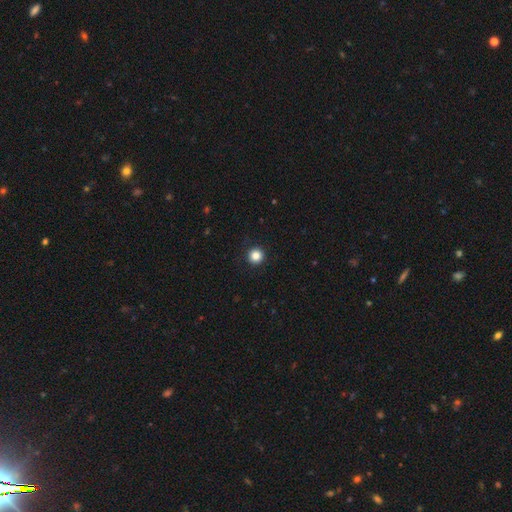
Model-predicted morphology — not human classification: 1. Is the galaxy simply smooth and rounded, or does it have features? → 85% smooth, 11% star or artifact, 4% featured or disk.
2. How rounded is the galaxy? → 96% round, 3% in between, 1% cigar-shaped.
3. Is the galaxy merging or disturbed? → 93% none, 4% minor disturbance, 2% major disturbance, 1% merger.